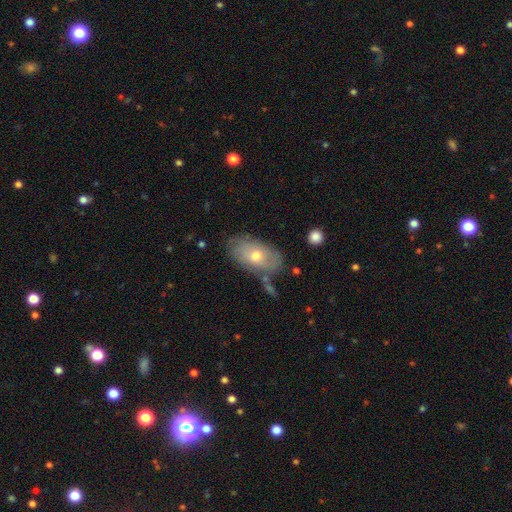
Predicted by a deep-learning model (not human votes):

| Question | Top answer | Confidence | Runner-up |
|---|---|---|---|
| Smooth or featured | smooth | 55% | featured or disk (38%) |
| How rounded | in between | 92% | round (6%) |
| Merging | none | 68% | minor disturbance (21%) |